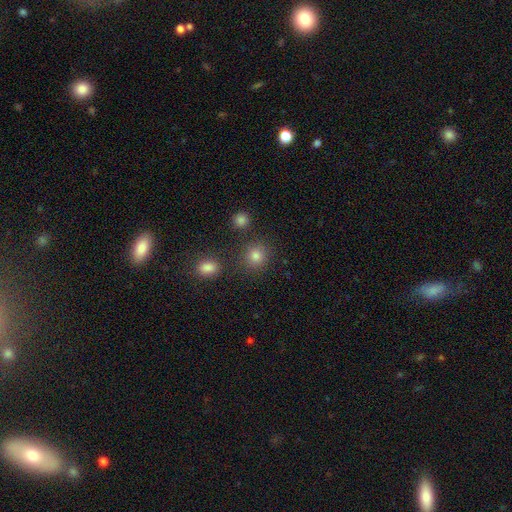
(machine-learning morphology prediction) Overall: smooth (81%). How rounded: round (87%). Merging: none (83%).